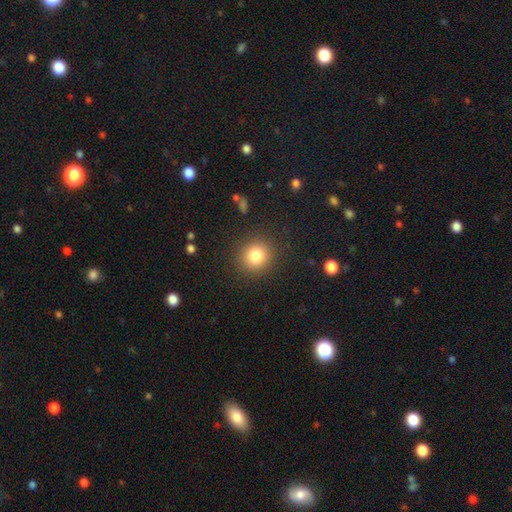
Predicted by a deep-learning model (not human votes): Overall: smooth (81%). How rounded: round (89%). Merging: none (89%).